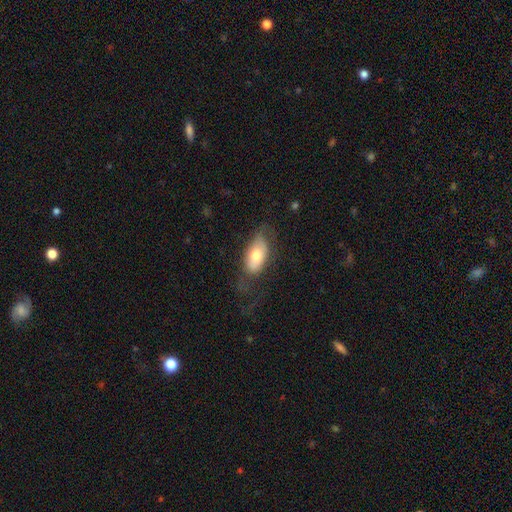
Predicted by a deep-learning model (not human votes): smooth 65%, featured or disk 28%, star or artifact 7%. Down the decision tree: how rounded — in between (92%); merging — none (55%).